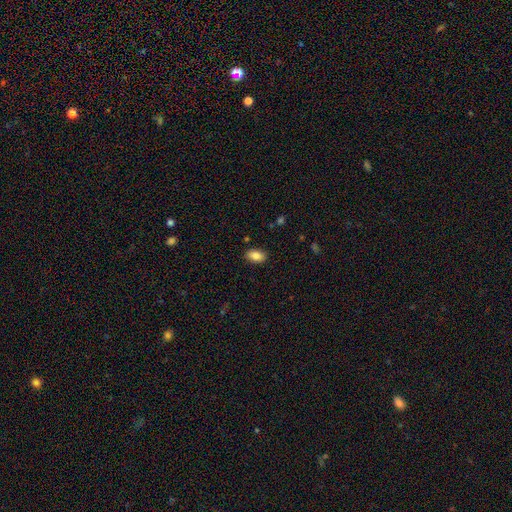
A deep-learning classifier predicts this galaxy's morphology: This appears to be a smooth galaxy with no disk features (85%) that is in between round and cigar-shaped (90%). Merging: none (88%).